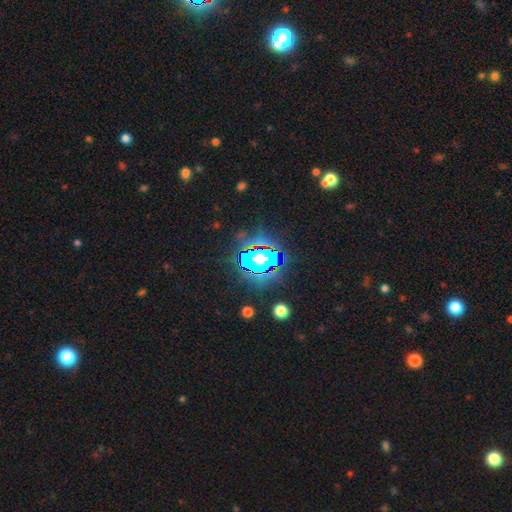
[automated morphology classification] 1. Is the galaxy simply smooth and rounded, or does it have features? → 59% star or artifact, 26% smooth, 16% featured or disk.